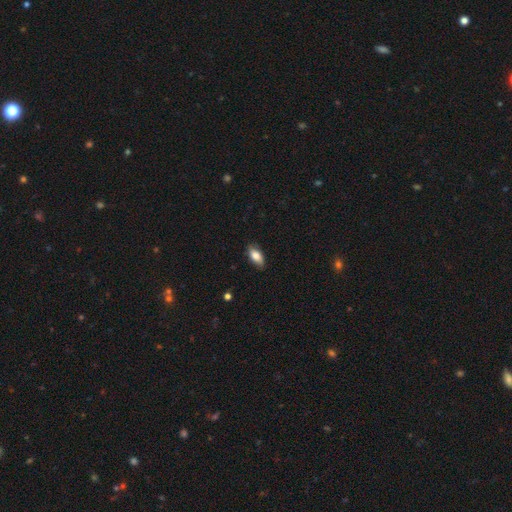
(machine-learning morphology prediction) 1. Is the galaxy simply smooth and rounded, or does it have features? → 80% smooth, 13% featured or disk, 7% star or artifact.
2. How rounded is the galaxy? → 88% in between, 8% cigar-shaped, 3% round.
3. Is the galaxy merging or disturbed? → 83% none, 14% minor disturbance, 2% major disturbance, 1% merger.